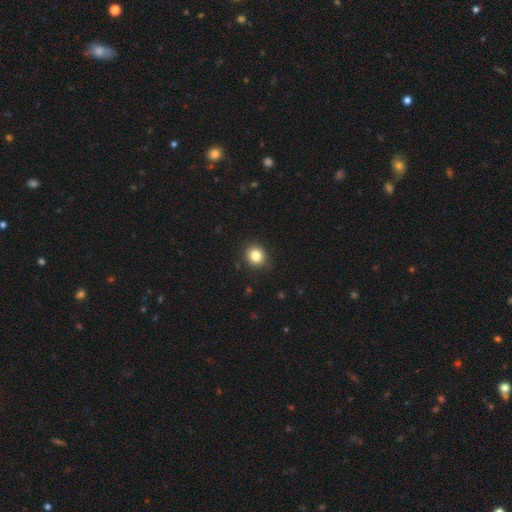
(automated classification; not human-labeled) Smooth or featured? Predicted: smooth (p=0.84). How rounded? Predicted: round (p=0.82). Merging? Predicted: none (p=0.90).